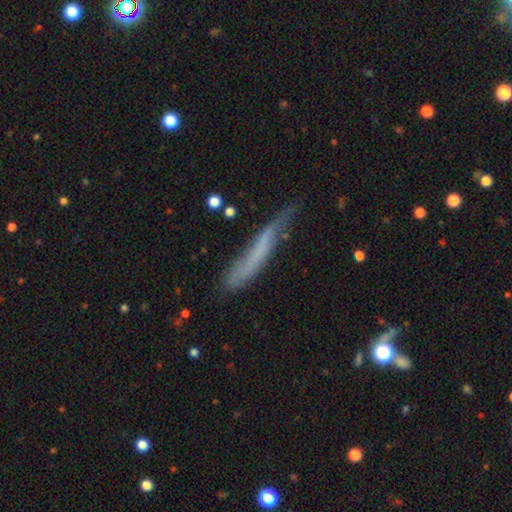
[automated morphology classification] A smooth galaxy with no disk features (50%). Merging: none (52%).